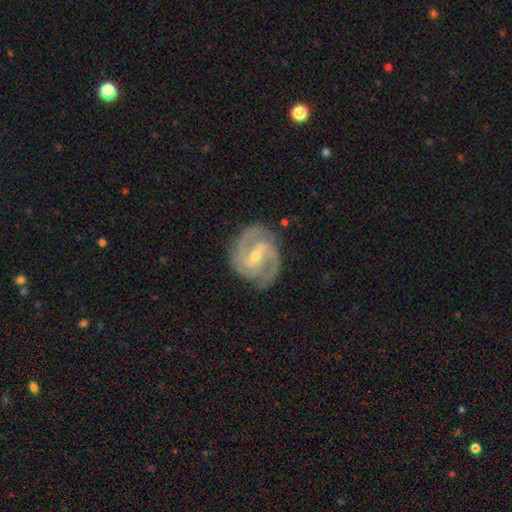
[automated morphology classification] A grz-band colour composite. It shows a featured or disk galaxy (91%) with a weak bar (45%), 2 (54%) medium (49%) spiral arms (98%) and a small central bulge (54%). Merging: none (80%).